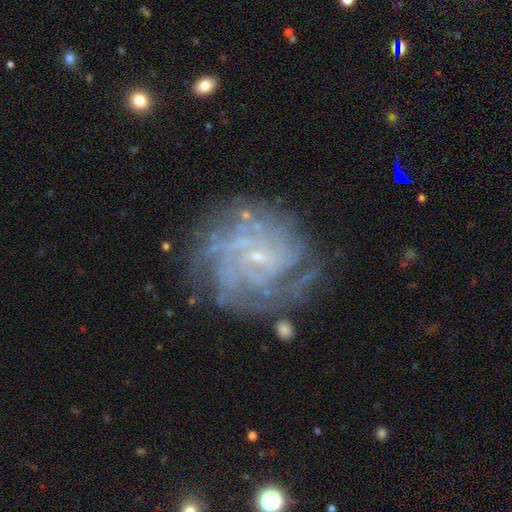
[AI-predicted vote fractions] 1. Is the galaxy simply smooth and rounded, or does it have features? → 86% featured or disk, 7% star or artifact, 7% smooth.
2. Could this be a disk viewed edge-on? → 98% no, 2% yes.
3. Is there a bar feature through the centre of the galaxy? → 48% no, 41% weak, 10% strong.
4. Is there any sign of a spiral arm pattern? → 95% yes, 5% no.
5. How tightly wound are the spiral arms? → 69% tight, 25% medium, 6% loose.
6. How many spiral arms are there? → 30% can't tell, 24% 4, 15% 3, 13% more than 4, 11% 2, 7% 1.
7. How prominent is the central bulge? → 83% small, 8% moderate, 8% none, 1% large, 1% dominant.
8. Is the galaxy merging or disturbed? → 70% none, 18% minor disturbance, 10% major disturbance, 2% merger.